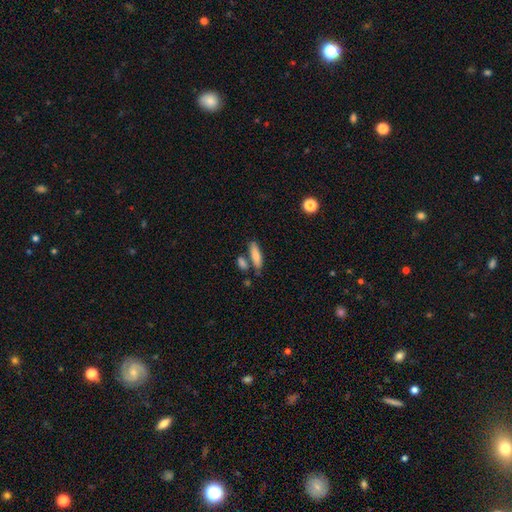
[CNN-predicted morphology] Smooth or featured: smooth — 80% (featured or disk — 14%)
How rounded: cigar-shaped — 59% (in between — 39%)
Merging: none — 65% (merger — 19%)